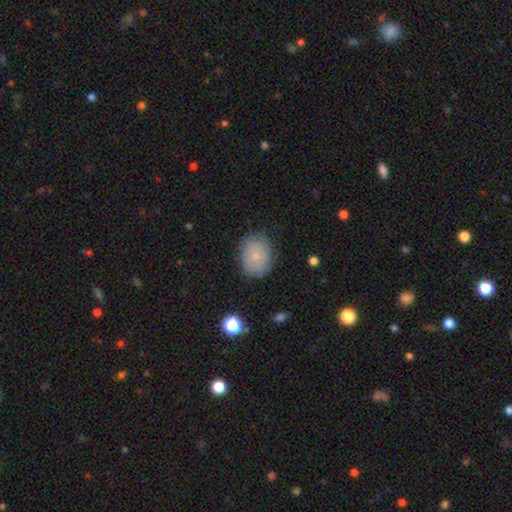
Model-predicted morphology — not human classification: A smooth galaxy with no disk features (70%) that is in between round and cigar-shaped (65%).

Vote fractions:
- Smooth or featured? smooth: 70% / featured or disk: 22% / star or artifact: 8%
- How rounded? in between: 65% / round: 34% / cigar-shaped: 1%
- Merging? none: 76% / minor disturbance: 18% / major disturbance: 5% / merger: 1%